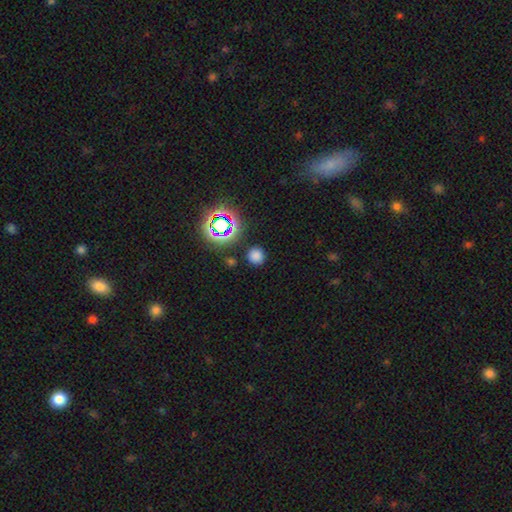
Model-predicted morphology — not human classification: Smooth or featured?
  - smooth: 72% *
  - star or artifact: 22%
  - featured or disk: 6%
How rounded?
  - round: 92% *
  - in between: 7%
  - cigar-shaped: 1%
Merging?
  - none: 87% *
  - minor disturbance: 7%
  - major disturbance: 3%
  - merger: 3%